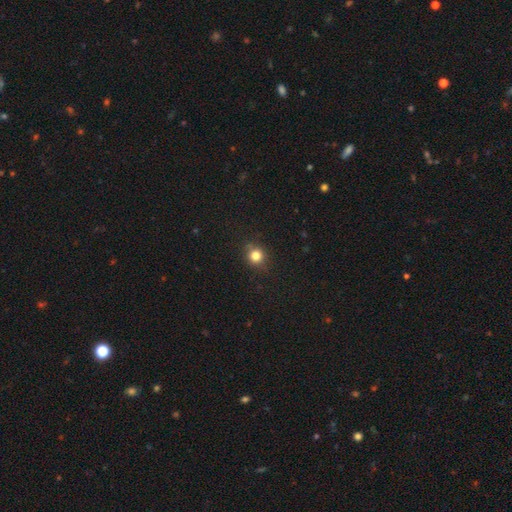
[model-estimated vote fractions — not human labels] This appears to be a smooth galaxy with no disk features (81%) that is round (88%). Merging: none (86%).